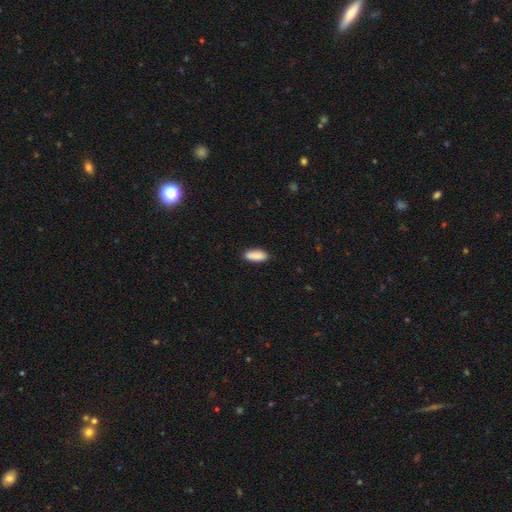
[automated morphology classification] The model was most divided on "how rounded": in between: 72%, cigar-shaped: 26%, round: 2%. More confident: smooth or featured — smooth (89%); merging — none (86%).